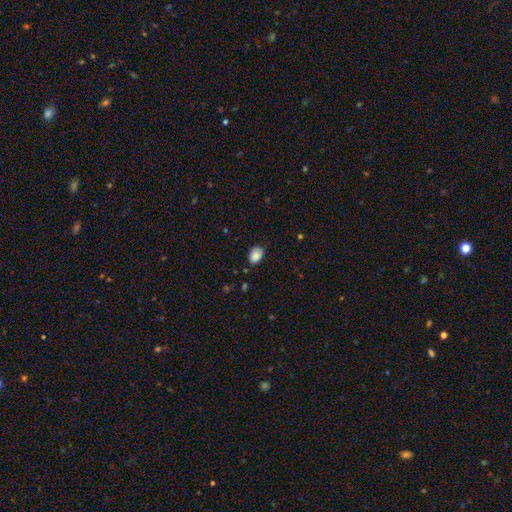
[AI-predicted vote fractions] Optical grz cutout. It shows a smooth galaxy with no disk features (88%) that is in between round and cigar-shaped (73%). Merging: none (78%).